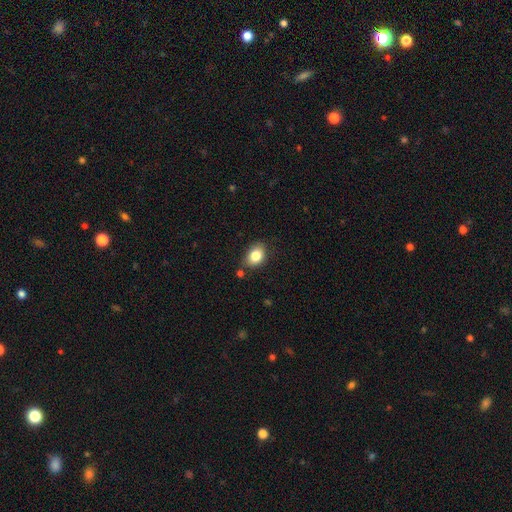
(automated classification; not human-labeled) Smooth or featured: smooth — 83% (star or artifact — 9%)
How rounded: in between — 70% (round — 29%)
Merging: none — 77% (minor disturbance — 15%)